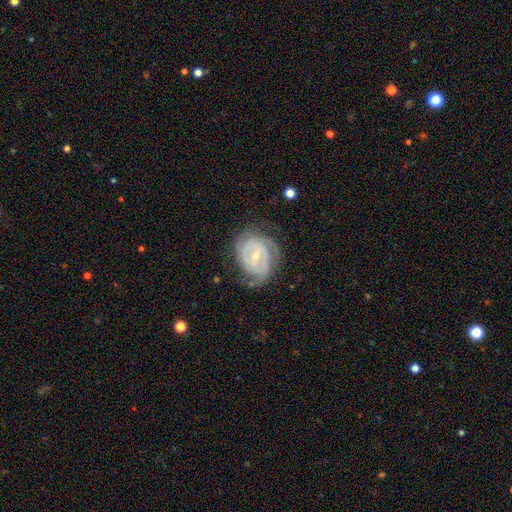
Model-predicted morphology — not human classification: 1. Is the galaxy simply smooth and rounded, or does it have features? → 88% featured or disk, 7% smooth, 5% star or artifact.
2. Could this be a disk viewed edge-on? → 97% no, 3% yes.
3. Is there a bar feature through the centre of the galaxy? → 50% weak, 32% no, 18% strong.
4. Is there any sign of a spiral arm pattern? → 96% yes, 4% no.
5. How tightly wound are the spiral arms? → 67% tight, 27% medium, 6% loose.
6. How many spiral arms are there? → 43% 2, 22% 3, 20% can't tell, 6% 4, 5% 1, 4% more than 4.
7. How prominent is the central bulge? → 62% small, 35% moderate, 1% none, 1% large, 1% dominant.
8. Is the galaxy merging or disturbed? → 67% none, 21% minor disturbance, 11% major disturbance, 1% merger.